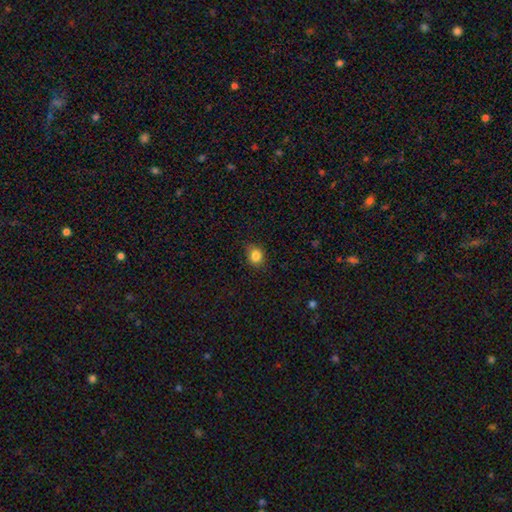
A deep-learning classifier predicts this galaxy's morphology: Overall: smooth (84%). How rounded: round (68%; in between 31%). Merging: none (83%).